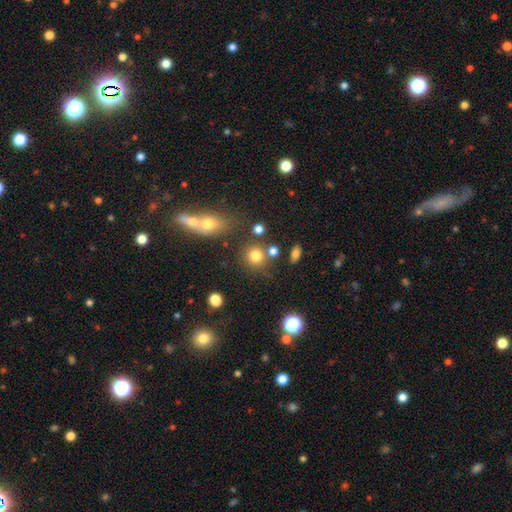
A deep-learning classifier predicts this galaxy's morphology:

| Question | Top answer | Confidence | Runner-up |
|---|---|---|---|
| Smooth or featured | smooth | 77% | star or artifact (15%) |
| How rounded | round | 85% | in between (13%) |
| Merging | none | 71% | merger (14%) |